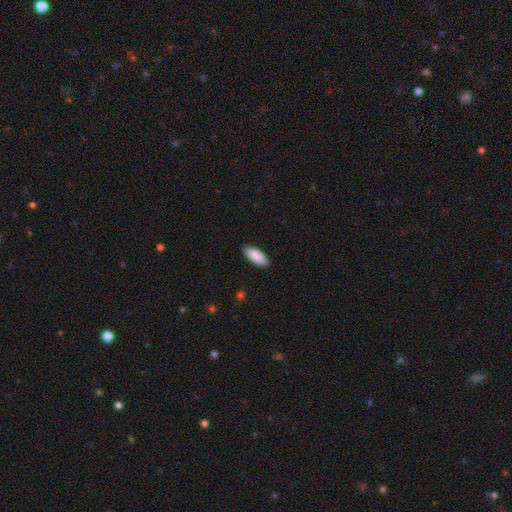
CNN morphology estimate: A smooth galaxy with no disk features (90%) that is in between round and cigar-shaped (81%).

Vote fractions:
- Smooth or featured? smooth: 90% / star or artifact: 6% / featured or disk: 4%
- How rounded? in between: 81% / cigar-shaped: 18% / round: 2%
- Merging? none: 89% / minor disturbance: 8% / major disturbance: 2% / merger: 1%